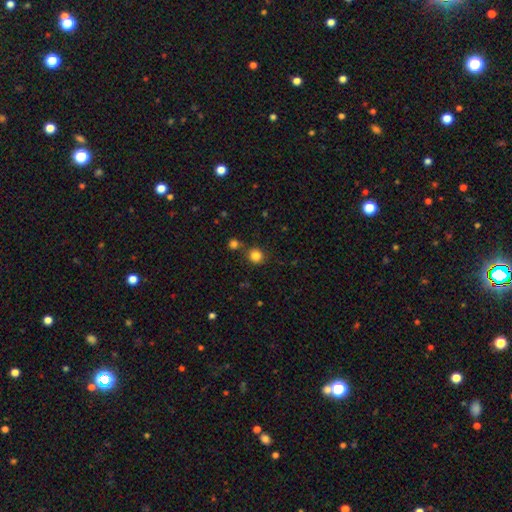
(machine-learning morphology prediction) Smooth or featured? smooth (83%)
How rounded? round (90%)
Merging? none (79%)